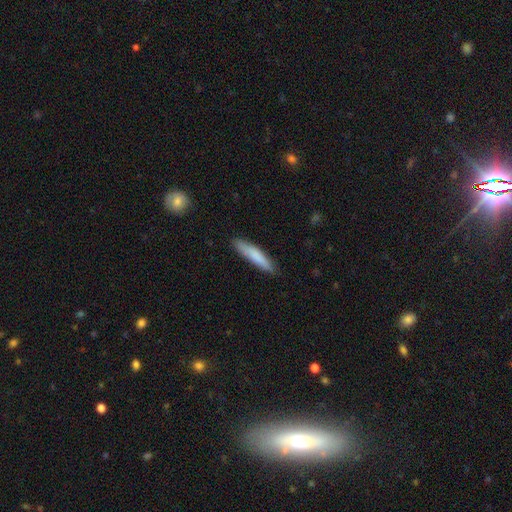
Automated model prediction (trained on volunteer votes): Smooth or featured: smooth — 80% (featured or disk — 15%)
How rounded: cigar-shaped — 89% (in between — 9%)
Merging: none — 87% (minor disturbance — 10%)